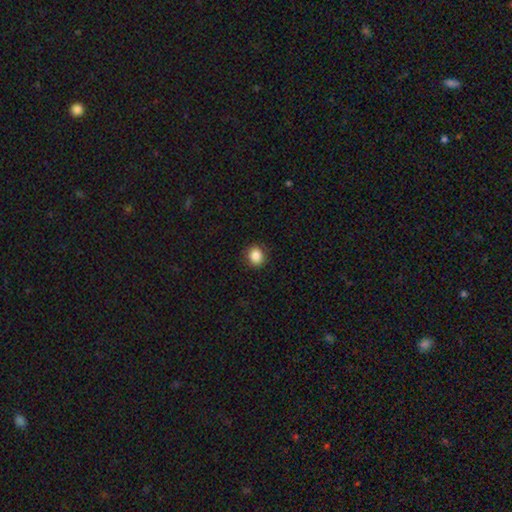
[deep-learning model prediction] This is clearly a smooth galaxy (87%). How rounded: likely round (75%). Merging: clearly none (89%).